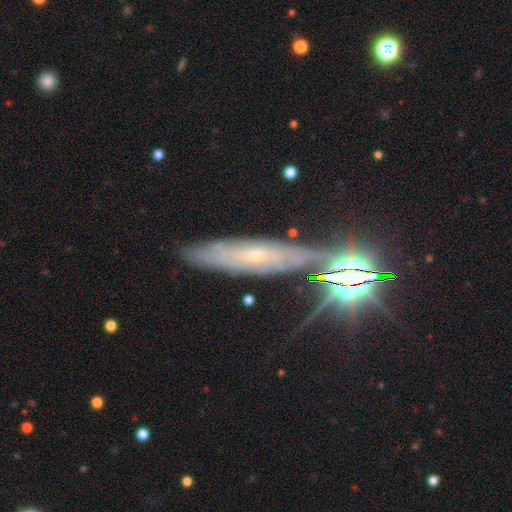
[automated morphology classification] Smooth or featured: featured or disk — 59% (star or artifact — 26%)
Edge-on disk: no — 55% (yes — 45%)
Merging: none — 78% (minor disturbance — 15%)